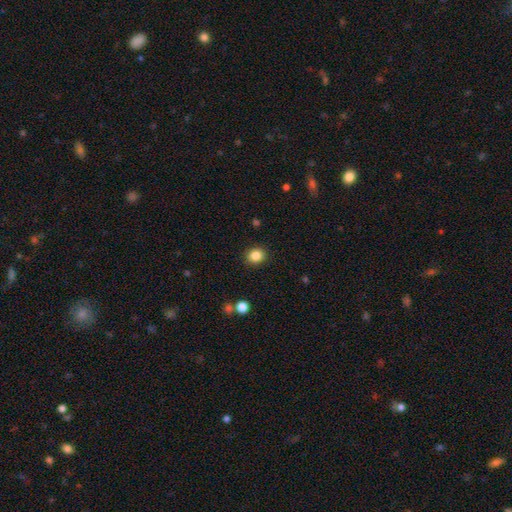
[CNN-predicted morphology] Smooth or featured: smooth — 85% (star or artifact — 10%)
How rounded: round — 76% (in between — 23%)
Merging: none — 90% (minor disturbance — 7%)